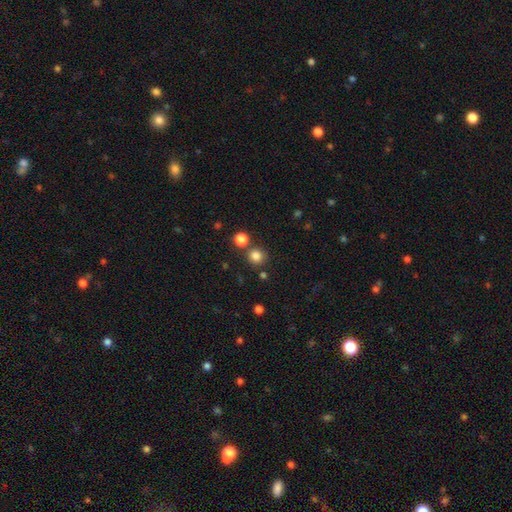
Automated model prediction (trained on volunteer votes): Q: Smooth or featured?
A: smooth (81%); runner-up: star or artifact (14%)
Q: How rounded?
A: round (92%); runner-up: in between (7%)
Q: Merging?
A: none (78%); runner-up: merger (12%)